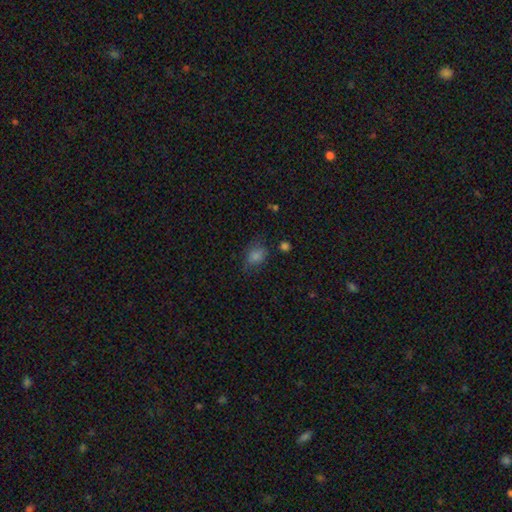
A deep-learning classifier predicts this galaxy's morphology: Smooth or featured? Predicted: smooth (p=0.72). How rounded? Predicted: in between (p=0.64). Merging? Predicted: none (p=0.66).